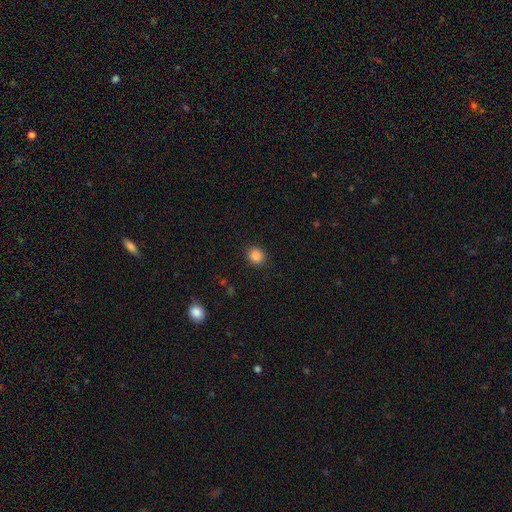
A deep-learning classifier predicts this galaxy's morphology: This is clearly a smooth galaxy (86%). How rounded: likely round (77%). Merging: clearly none (90%).